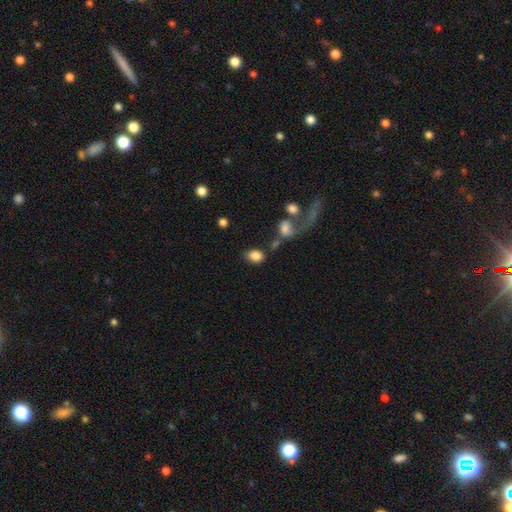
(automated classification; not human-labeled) A smooth galaxy with no disk features (84%) that is in between round and cigar-shaped (72%). Merging: none (67%).